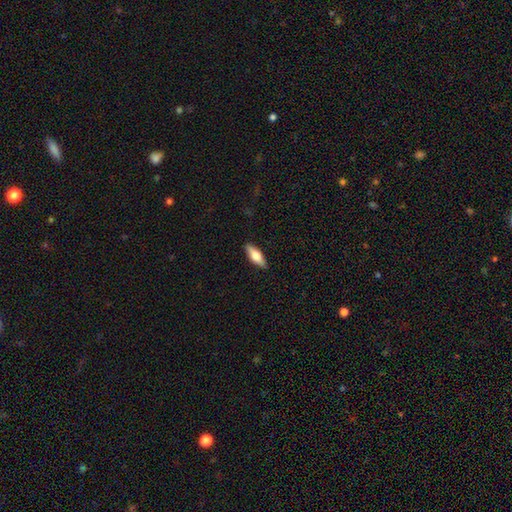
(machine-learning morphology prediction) smooth 66%, featured or disk 28%, star or artifact 6%. Down the decision tree: how rounded — in between (60%); merging — none (88%).